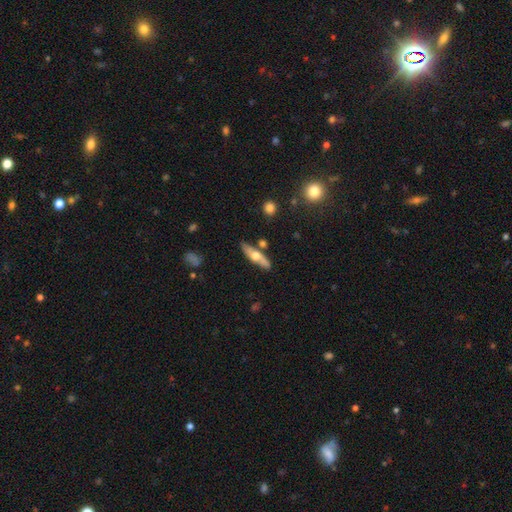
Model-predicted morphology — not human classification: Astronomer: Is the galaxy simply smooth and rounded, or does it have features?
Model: featured or disk — 50% (runner-up: smooth, 44%).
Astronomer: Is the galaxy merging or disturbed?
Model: none — 76%.